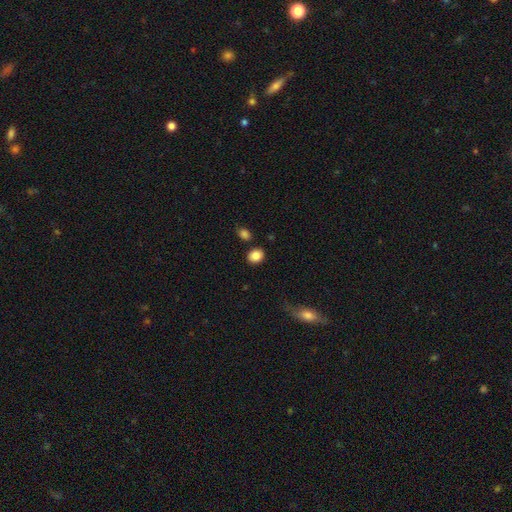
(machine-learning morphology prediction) This appears to be a smooth galaxy with no disk features (86%) that is round (59%). Merging: none (82%).